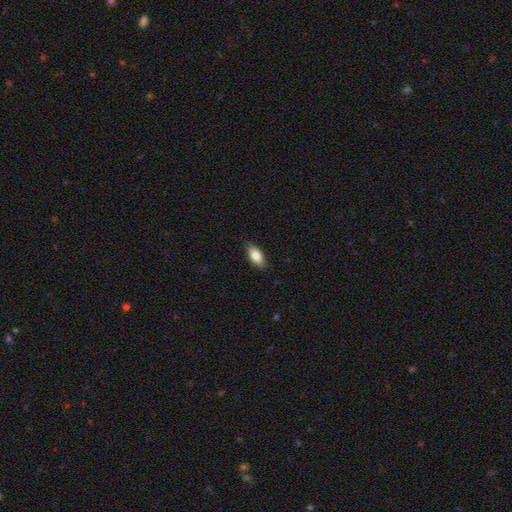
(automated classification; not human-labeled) This appears to be a smooth galaxy with no disk features (82%) that is in between round and cigar-shaped (85%). Merging: none (86%).